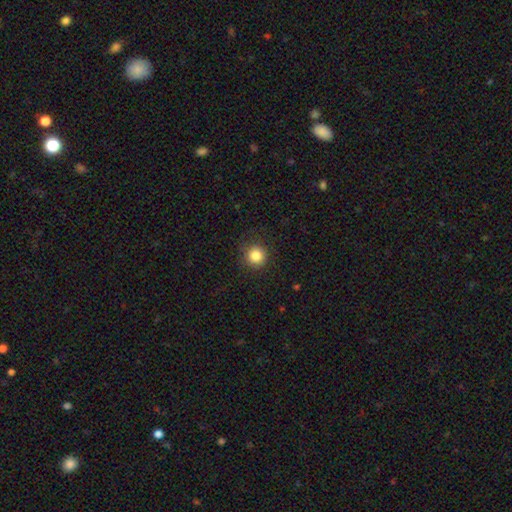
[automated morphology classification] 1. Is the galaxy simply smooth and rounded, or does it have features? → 84% smooth, 11% star or artifact, 5% featured or disk.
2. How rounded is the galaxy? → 95% round, 4% in between, 1% cigar-shaped.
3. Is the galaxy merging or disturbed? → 88% none, 8% minor disturbance, 3% major disturbance, 1% merger.